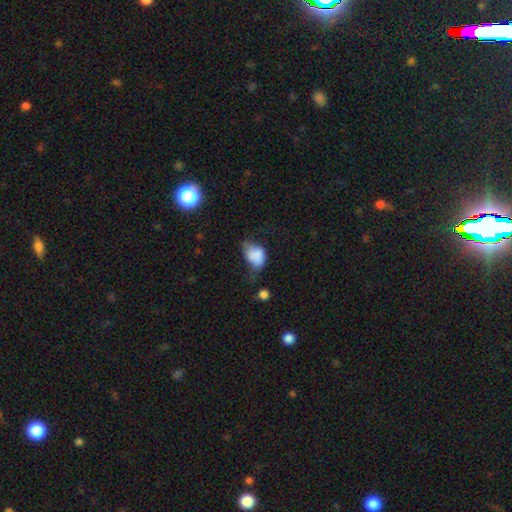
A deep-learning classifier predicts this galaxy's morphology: A smooth galaxy with no disk features (74%) that is in between round and cigar-shaped (73%). Merging: minor disturbance (37%).